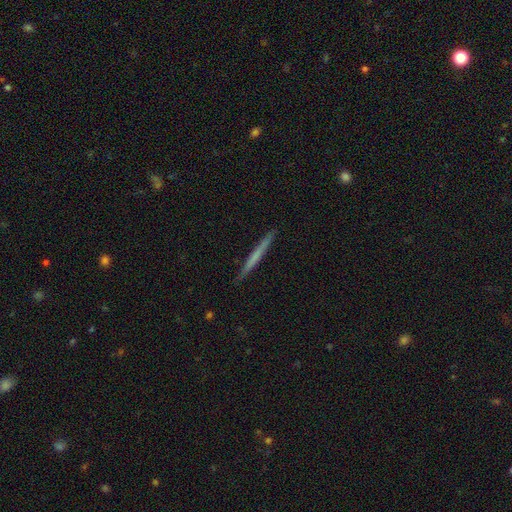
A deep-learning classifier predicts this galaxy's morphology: Smooth or featured: smooth — 50% (featured or disk — 44%)
How rounded: cigar-shaped — 97% (in between — 2%)
Merging: none — 92% (minor disturbance — 6%)